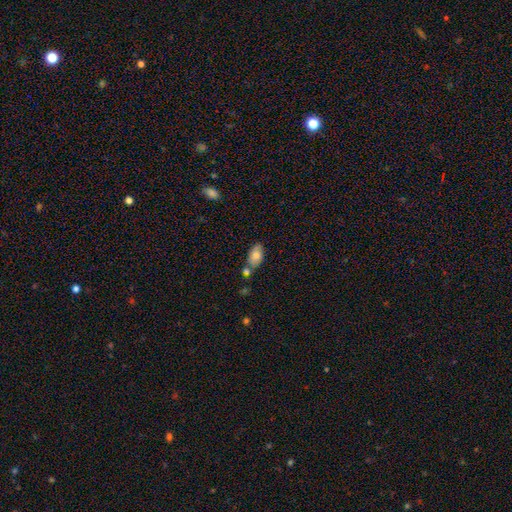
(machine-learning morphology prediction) A smooth galaxy with no disk features (71%) that is in between round and cigar-shaped (91%). Merging: none (62%).